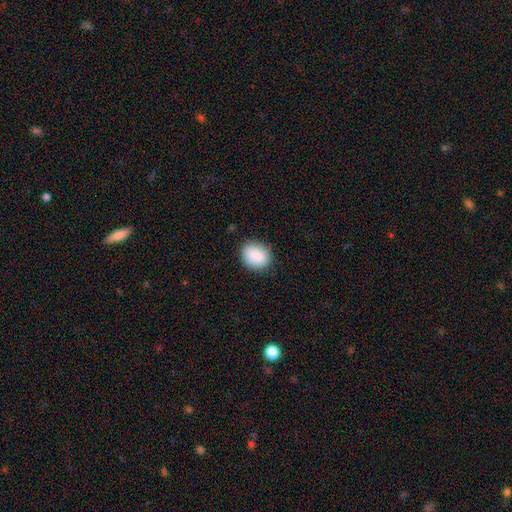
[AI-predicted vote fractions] Smooth or featured?
  - smooth: 88% *
  - star or artifact: 7%
  - featured or disk: 5%
How rounded?
  - in between: 53% *
  - round: 46%
  - cigar-shaped: 1%
Merging?
  - none: 85% *
  - minor disturbance: 11%
  - major disturbance: 3%
  - merger: 1%